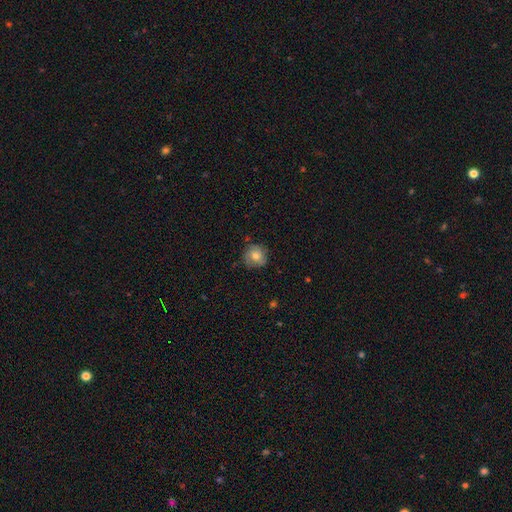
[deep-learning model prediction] Overall: smooth (72%). How rounded: round (89%). Merging: none (74%).